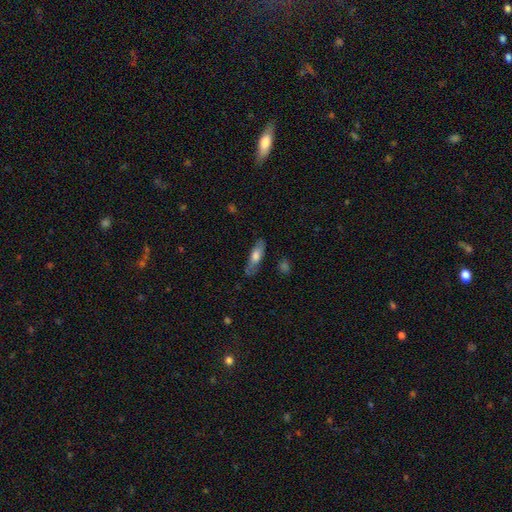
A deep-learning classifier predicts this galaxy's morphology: This is likely a smooth galaxy (62%). How rounded: possibly cigar-shaped (50%). Merging: likely none (74%).